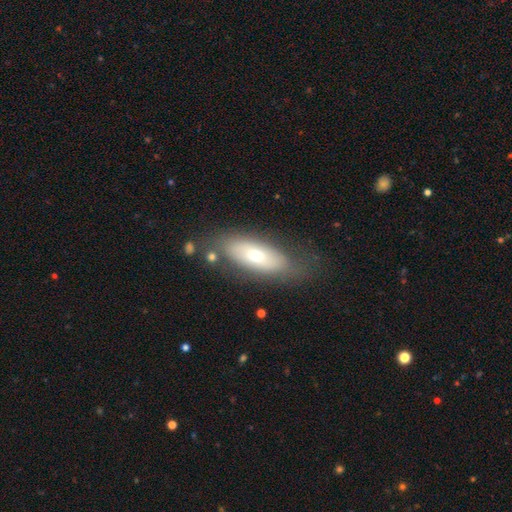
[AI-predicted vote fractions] smooth_or_featured: smooth (p=0.52) [alt: featured or disk p=0.40]
how_rounded: in between (p=0.72) [alt: cigar-shaped p=0.25]
merging: none (p=0.70) [alt: minor disturbance p=0.17]